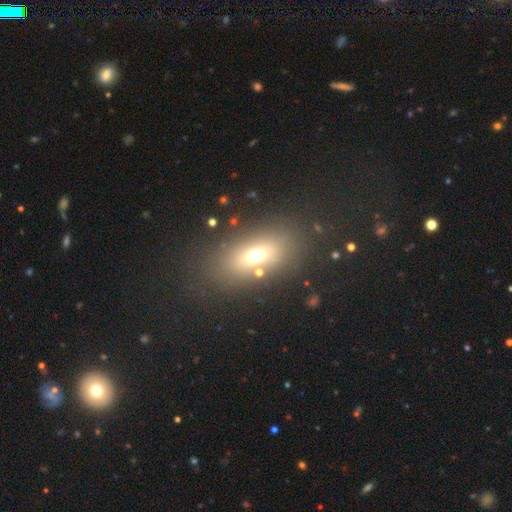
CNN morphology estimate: A smooth galaxy with no disk features (65%) that is in between round and cigar-shaped (78%). Merging: none (77%).